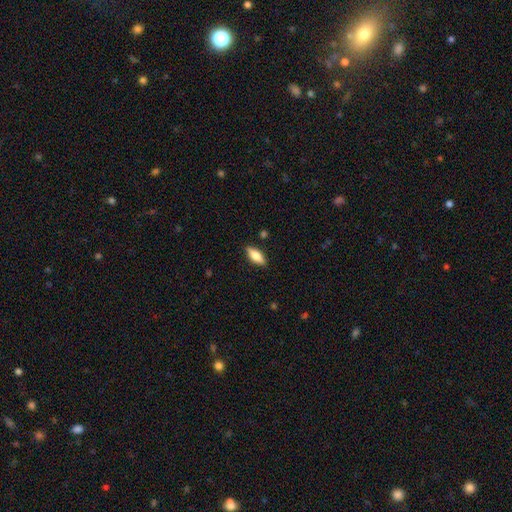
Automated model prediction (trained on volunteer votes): smooth_or_featured: smooth (p=0.74) [alt: featured or disk p=0.19]
how_rounded: in between (p=0.77) [alt: cigar-shaped p=0.21]
merging: none (p=0.87) [alt: minor disturbance p=0.10]